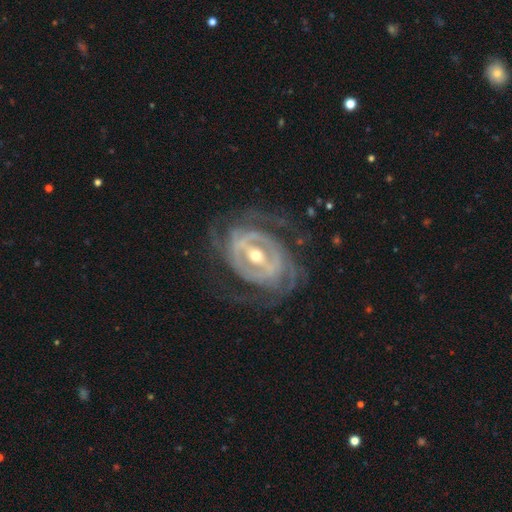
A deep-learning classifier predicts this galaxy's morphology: This appears to be a featured or disk galaxy (90%) with a strong bar (62%), tight (62%) spiral arms (91%) and a moderate central bulge (59%). Merging: none (71%).